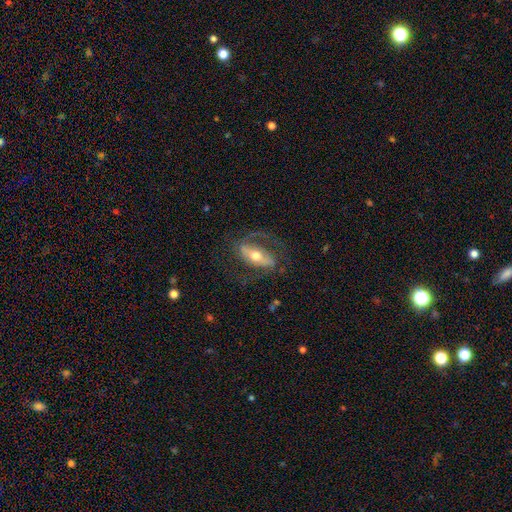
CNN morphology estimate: Q: Smooth or featured?
A: featured or disk (76%); runner-up: smooth (18%)
Q: Edge-on disk?
A: no (87%); runner-up: yes (13%)
Q: Bar?
A: strong (54%); runner-up: weak (25%)
Q: Spiral arms?
A: yes (80%); runner-up: no (20%)
Q: Spiral winding?
A: medium (47%); runner-up: loose (30%)
Q: Spiral arm count?
A: 2 (78%); runner-up: 1 (11%)
Q: Bulge size?
A: moderate (69%); runner-up: small (21%)
Q: Merging?
A: none (64%); runner-up: major disturbance (18%)